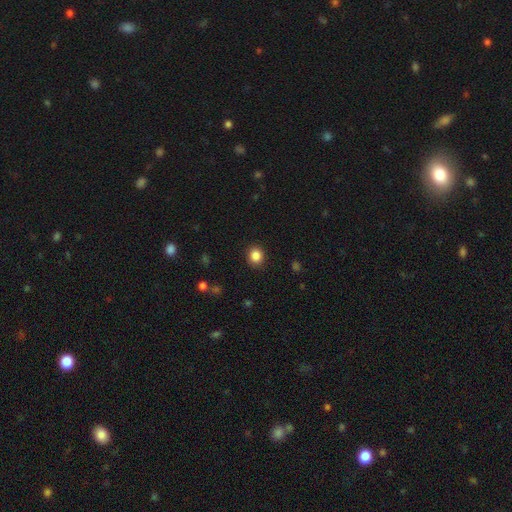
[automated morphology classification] Smooth or featured: smooth — 86% (star or artifact — 10%)
How rounded: round — 80% (in between — 19%)
Merging: none — 91% (minor disturbance — 6%)